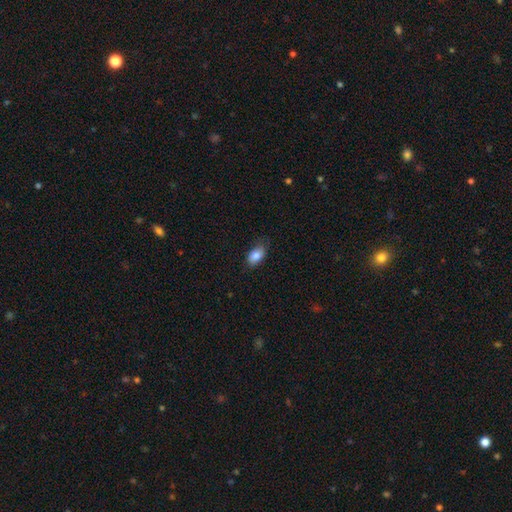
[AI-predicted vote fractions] This appears to be a smooth galaxy with no disk features (84%) that is in between round and cigar-shaped (91%). Merging: none (76%).